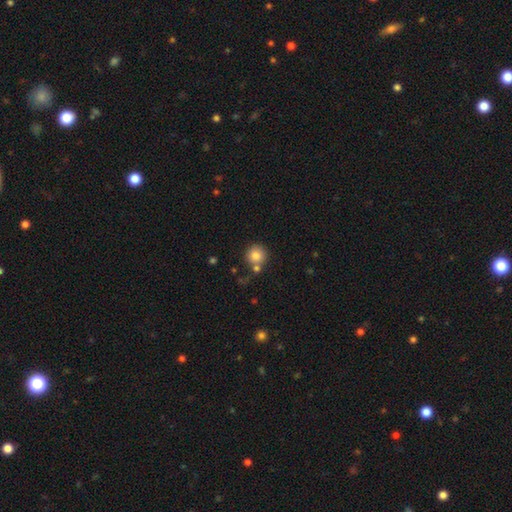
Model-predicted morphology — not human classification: A smooth galaxy with no disk features (83%) that is round (93%).

Vote fractions:
- Smooth or featured? smooth: 83% / star or artifact: 10% / featured or disk: 7%
- How rounded? round: 93% / in between: 6% / cigar-shaped: 1%
- Merging? none: 71% / merger: 16% / minor disturbance: 10% / major disturbance: 3%